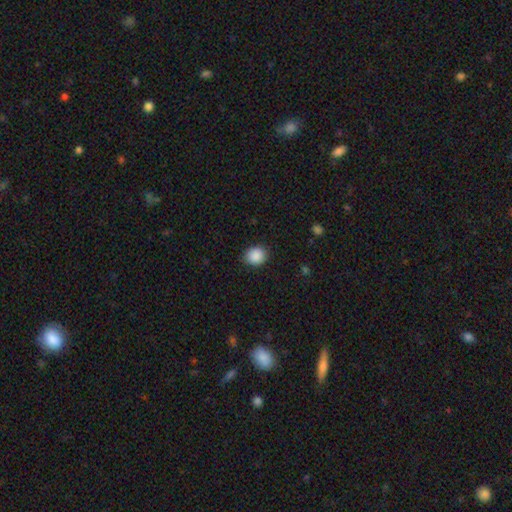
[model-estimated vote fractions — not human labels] smooth 89%, star or artifact 8%, featured or disk 3%. Down the decision tree: how rounded — round (67%); merging — none (86%).